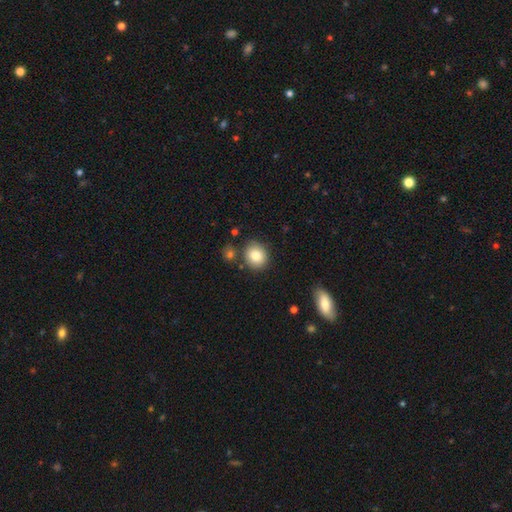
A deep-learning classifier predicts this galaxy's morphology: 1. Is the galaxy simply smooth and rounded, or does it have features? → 82% smooth, 9% star or artifact, 9% featured or disk.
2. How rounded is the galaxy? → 78% round, 21% in between, 1% cigar-shaped.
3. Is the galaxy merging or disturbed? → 81% none, 10% minor disturbance, 6% merger, 3% major disturbance.